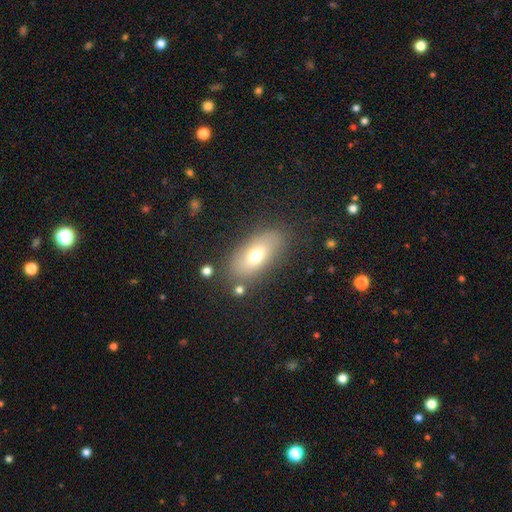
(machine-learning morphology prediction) smooth_or_featured: smooth (p=0.67) [alt: featured or disk p=0.23]
how_rounded: in between (p=0.85) [alt: cigar-shaped p=0.10]
merging: none (p=0.80) [alt: minor disturbance p=0.13]